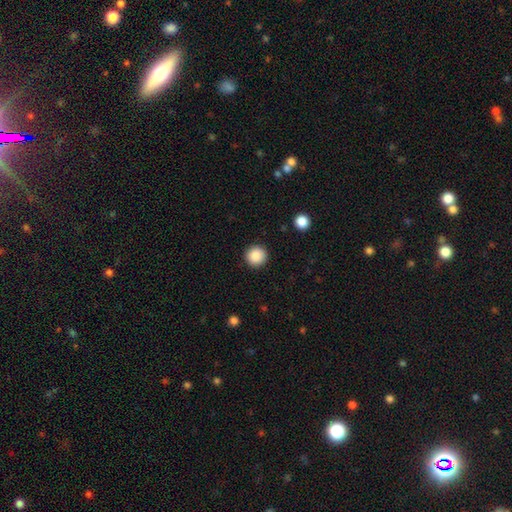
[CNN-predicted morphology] Q: Smooth or featured?
A: smooth (88%); runner-up: star or artifact (9%)
Q: How rounded?
A: round (95%); runner-up: in between (4%)
Q: Merging?
A: none (92%); runner-up: minor disturbance (5%)